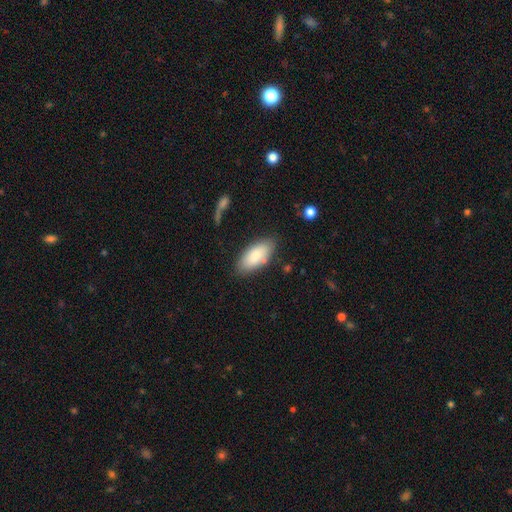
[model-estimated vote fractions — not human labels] A smooth galaxy with no disk features (83%) that is in between round and cigar-shaped (90%).

Vote fractions:
- Smooth or featured? smooth: 83% / featured or disk: 11% / star or artifact: 6%
- How rounded? in between: 90% / cigar-shaped: 8% / round: 2%
- Merging? none: 77% / minor disturbance: 15% / major disturbance: 4% / merger: 4%